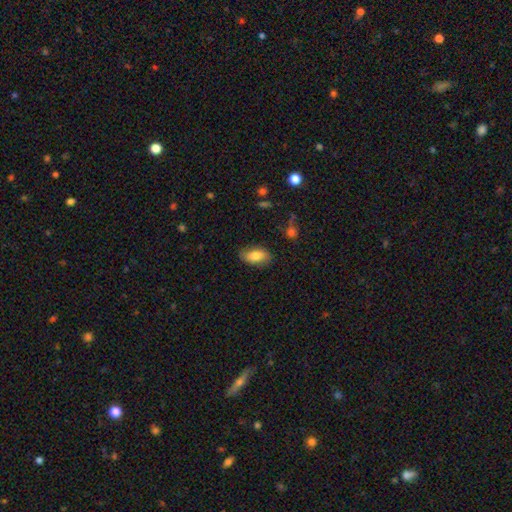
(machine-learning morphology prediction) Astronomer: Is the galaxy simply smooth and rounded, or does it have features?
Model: smooth — 80%.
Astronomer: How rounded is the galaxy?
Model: in between — 90%.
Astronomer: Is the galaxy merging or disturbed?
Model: none — 82%.